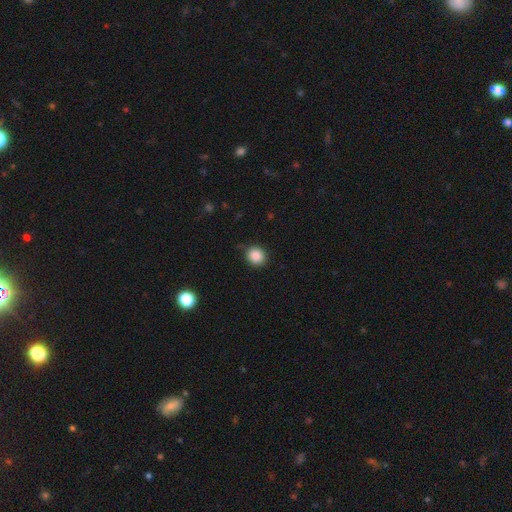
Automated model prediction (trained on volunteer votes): This appears to be a smooth galaxy with no disk features (86%) that is round (85%). Merging: none (86%).